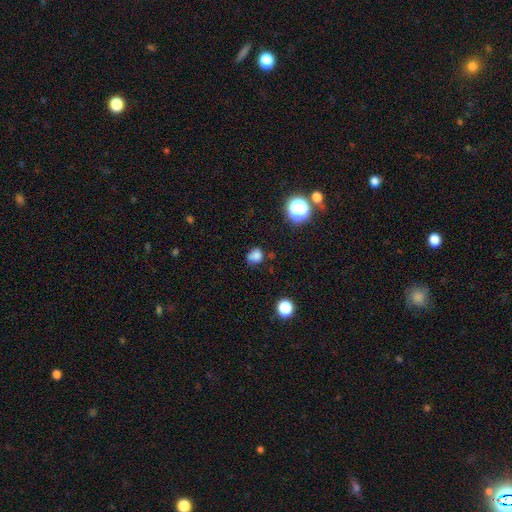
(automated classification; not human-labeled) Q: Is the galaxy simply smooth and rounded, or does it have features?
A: smooth — 78%.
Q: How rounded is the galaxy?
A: round — 65%.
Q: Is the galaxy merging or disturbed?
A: none — 61%.